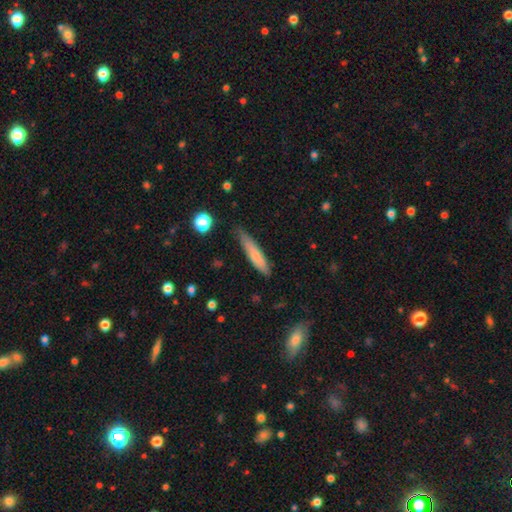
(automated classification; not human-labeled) smooth_or_featured: smooth (p=0.74) [alt: featured or disk p=0.20]
how_rounded: cigar-shaped (p=0.86) [alt: in between p=0.13]
merging: none (p=0.73) [alt: minor disturbance p=0.22]